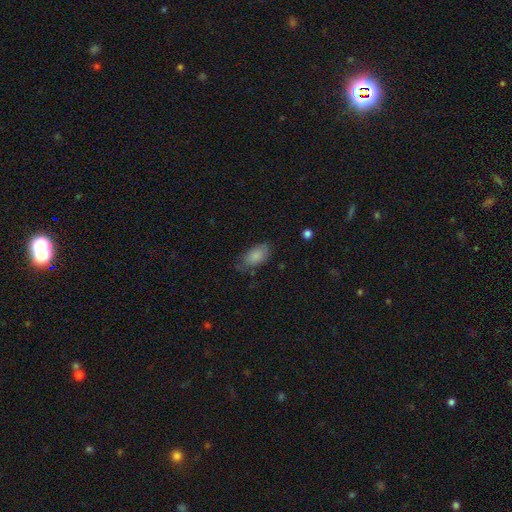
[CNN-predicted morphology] Smooth or featured?
  - smooth: 84% *
  - featured or disk: 9%
  - star or artifact: 7%
How rounded?
  - in between: 92% *
  - round: 5%
  - cigar-shaped: 3%
Merging?
  - none: 67% *
  - minor disturbance: 25%
  - major disturbance: 7%
  - merger: 2%